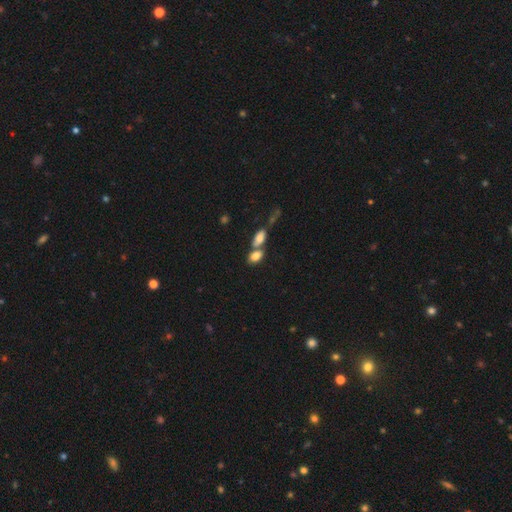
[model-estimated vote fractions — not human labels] A smooth galaxy with no disk features (81%) that is in between round and cigar-shaped (87%). Merging: merger (57%).